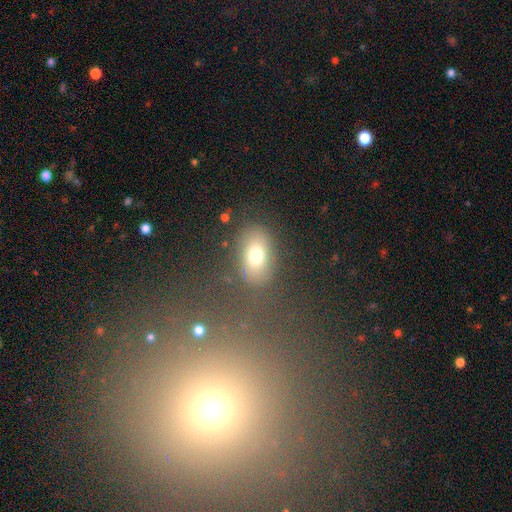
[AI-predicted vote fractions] Q: Smooth or featured?
A: smooth (72%); runner-up: featured or disk (15%)
Q: How rounded?
A: in between (81%); runner-up: round (16%)
Q: Merging?
A: none (79%); runner-up: minor disturbance (12%)